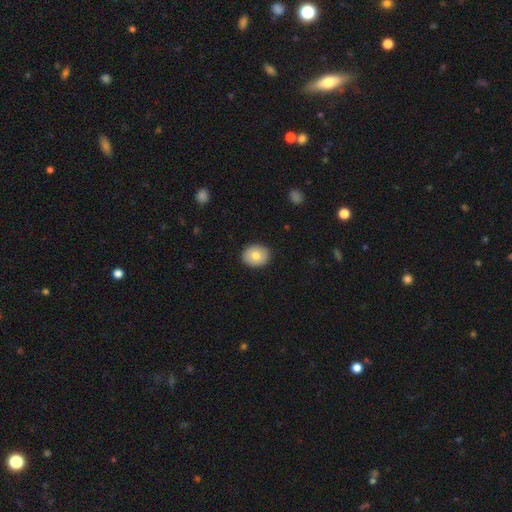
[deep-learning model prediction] Smooth or featured?
  - smooth: 78% *
  - featured or disk: 15%
  - star or artifact: 7%
How rounded?
  - round: 59% *
  - in between: 40%
  - cigar-shaped: 1%
Merging?
  - none: 90% *
  - minor disturbance: 8%
  - major disturbance: 2%
  - merger: 1%